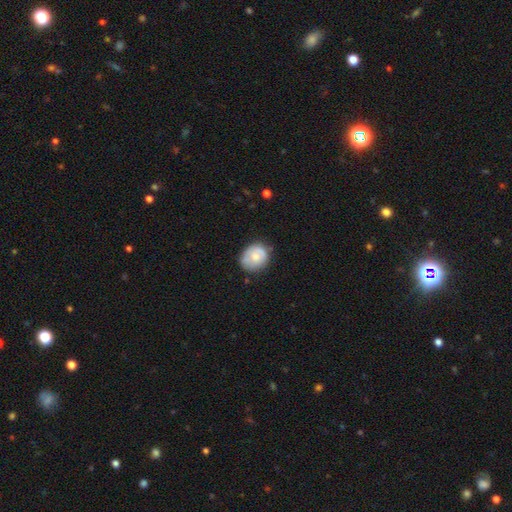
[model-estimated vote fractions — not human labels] Smooth or featured: smooth — 66% (featured or disk — 27%)
How rounded: round — 65% (in between — 34%)
Merging: none — 65% (minor disturbance — 26%)